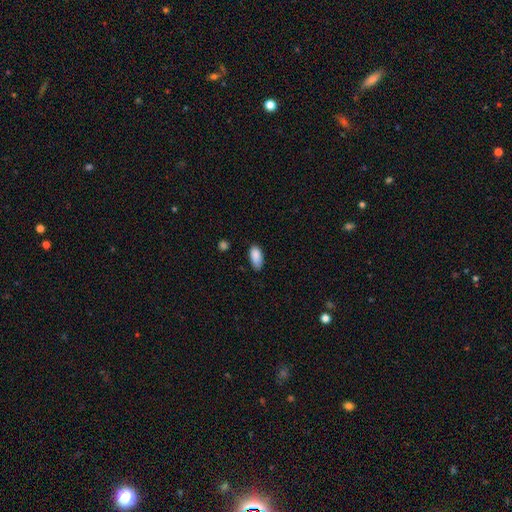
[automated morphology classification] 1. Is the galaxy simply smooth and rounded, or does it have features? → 88% smooth, 7% star or artifact, 5% featured or disk.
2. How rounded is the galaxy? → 91% in between, 7% cigar-shaped, 2% round.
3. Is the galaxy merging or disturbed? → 70% none, 25% minor disturbance, 4% major disturbance, 2% merger.